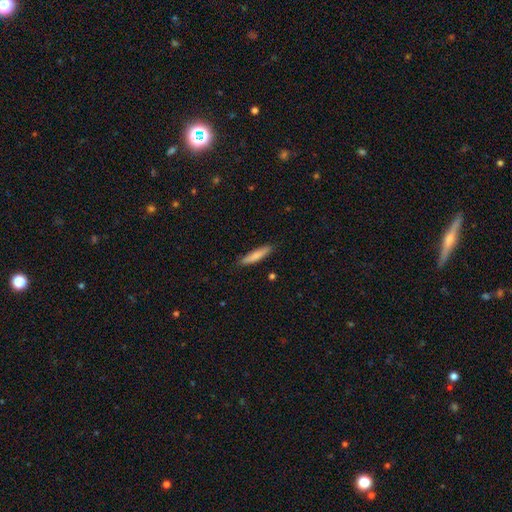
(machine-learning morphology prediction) smooth_or_featured: smooth (p=0.78) [alt: featured or disk p=0.16]
how_rounded: cigar-shaped (p=0.87) [alt: in between p=0.12]
merging: none (p=0.87) [alt: minor disturbance p=0.10]